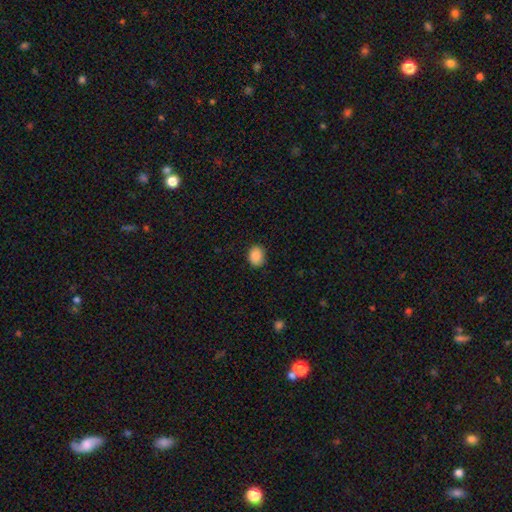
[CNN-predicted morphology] A smooth galaxy with no disk features (88%) that is in between round and cigar-shaped (51%).

Vote fractions:
- Smooth or featured? smooth: 88% / star or artifact: 8% / featured or disk: 4%
- How rounded? in between: 51% / round: 48% / cigar-shaped: 1%
- Merging? none: 87% / minor disturbance: 10% / major disturbance: 2% / merger: 1%